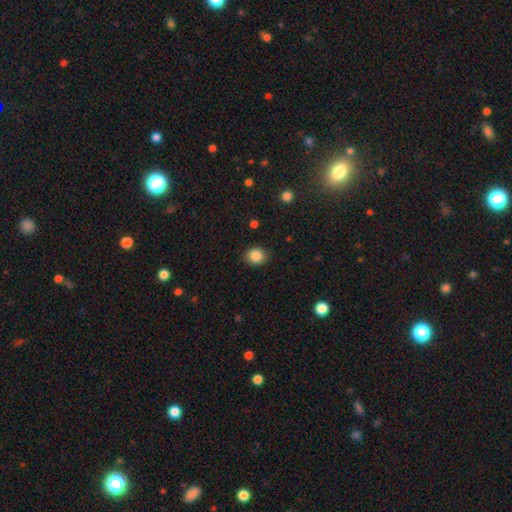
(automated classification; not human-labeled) Morphology: type=smooth (86%); roundness=round (67%); merging=none (88%).